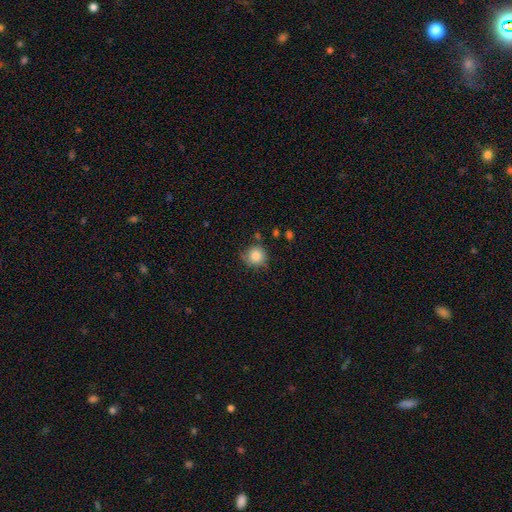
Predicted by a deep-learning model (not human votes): Overall: smooth (83%). How rounded: round (92%). Merging: none (72%).